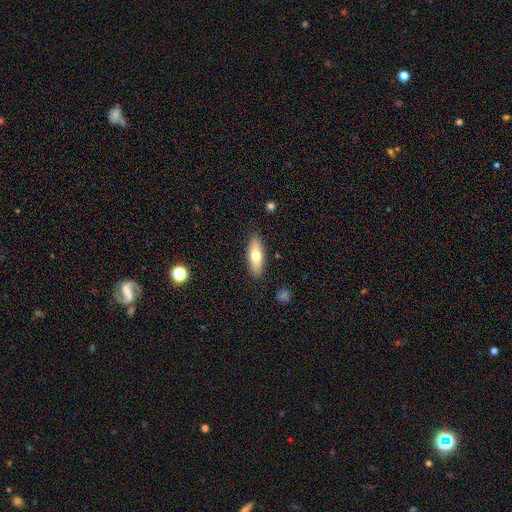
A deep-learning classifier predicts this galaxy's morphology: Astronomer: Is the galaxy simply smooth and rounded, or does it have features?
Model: smooth — 67%.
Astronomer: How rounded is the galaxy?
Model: in between — 61% (runner-up: cigar-shaped, 37%).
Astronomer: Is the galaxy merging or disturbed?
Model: none — 87%.